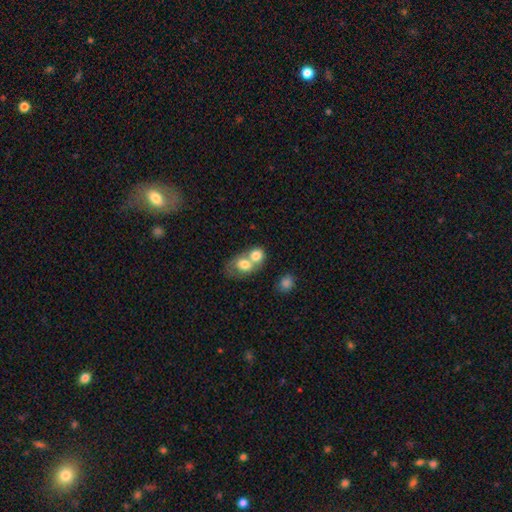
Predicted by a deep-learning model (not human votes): Morphology: type=smooth (73%); roundness=round (56%); merging=merger (71%).